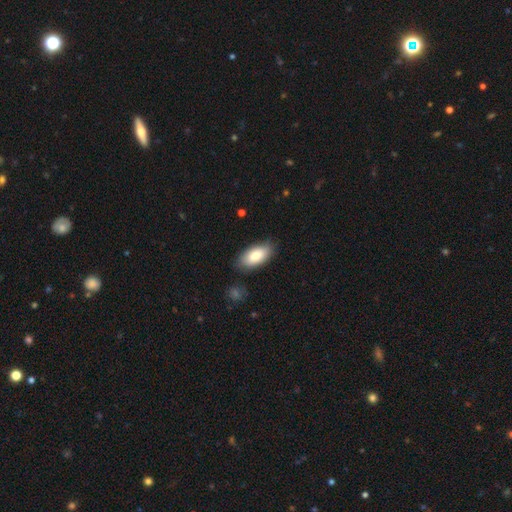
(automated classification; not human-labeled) Smooth or featured?
  - smooth: 82% *
  - featured or disk: 12%
  - star or artifact: 6%
How rounded?
  - in between: 91% *
  - cigar-shaped: 7%
  - round: 2%
Merging?
  - none: 82% *
  - minor disturbance: 13%
  - major disturbance: 3%
  - merger: 2%